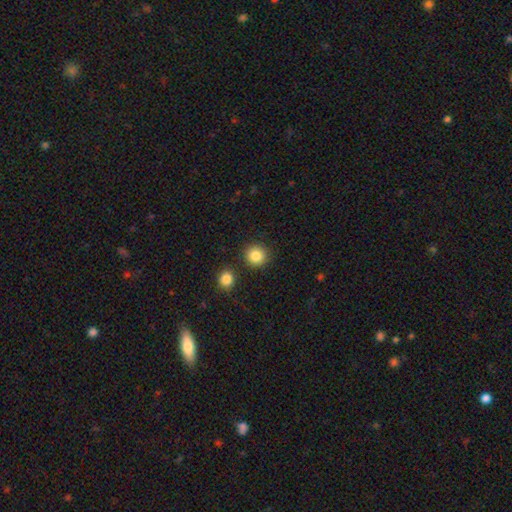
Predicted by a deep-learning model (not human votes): Morphology: type=smooth (85%); roundness=round (92%); merging=none (87%).